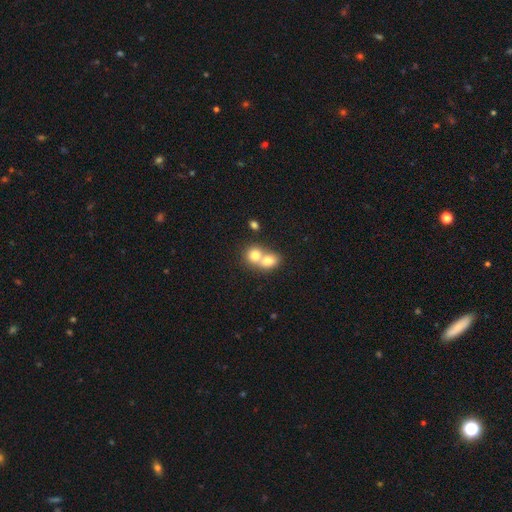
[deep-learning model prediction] Smooth or featured?
  - smooth: 74% *
  - featured or disk: 16%
  - star or artifact: 9%
How rounded?
  - round: 65% *
  - in between: 34%
  - cigar-shaped: 1%
Merging?
  - merger: 73% *
  - none: 21%
  - minor disturbance: 4%
  - major disturbance: 2%